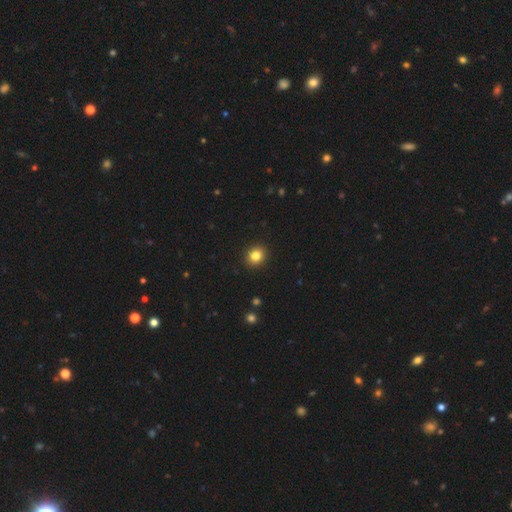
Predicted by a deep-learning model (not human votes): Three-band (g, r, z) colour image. It shows a smooth galaxy with no disk features (83%) that is round (80%). Merging: none (92%).